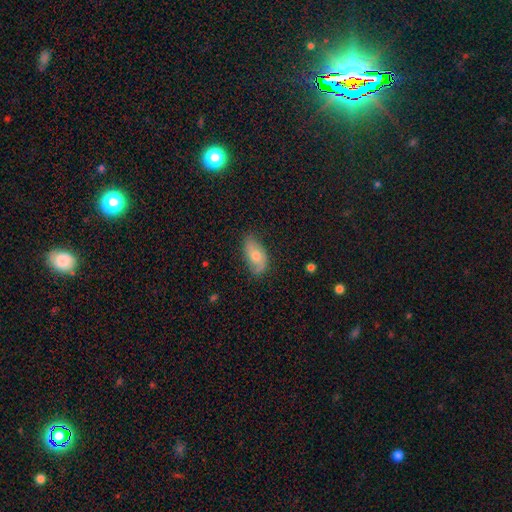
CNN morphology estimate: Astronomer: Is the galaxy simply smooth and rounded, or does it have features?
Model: smooth — 55% (runner-up: featured or disk, 38%).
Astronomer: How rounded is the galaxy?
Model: in between — 91%.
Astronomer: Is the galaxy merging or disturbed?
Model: none — 70%.